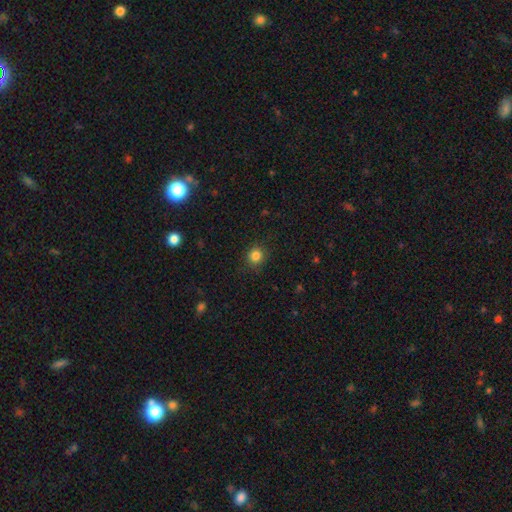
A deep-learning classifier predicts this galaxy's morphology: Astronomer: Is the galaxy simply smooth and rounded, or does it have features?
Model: smooth — 83%.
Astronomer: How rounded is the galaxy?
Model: round — 89%.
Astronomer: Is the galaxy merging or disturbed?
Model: none — 88%.